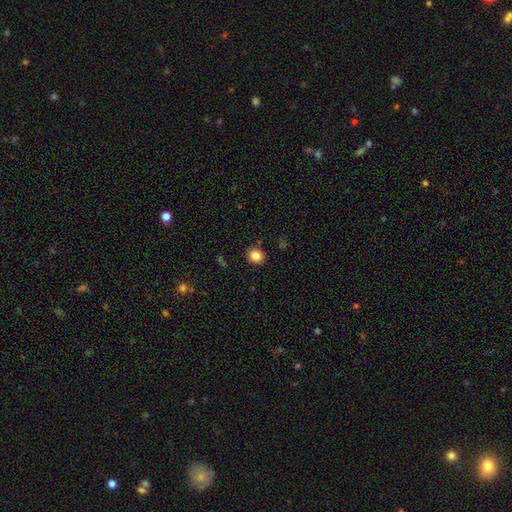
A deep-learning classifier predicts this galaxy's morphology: The model was most divided on "how rounded": round: 72%, in between: 28%, cigar-shaped: 1%. More confident: merging — none (90%); smooth or featured — smooth (84%).